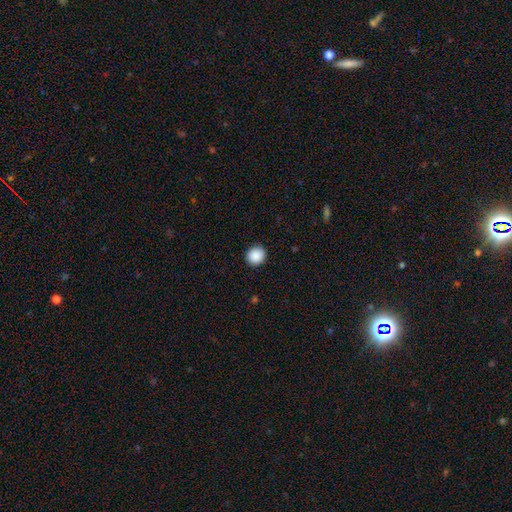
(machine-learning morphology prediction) Smooth or featured?
  - smooth: 89% *
  - star or artifact: 8%
  - featured or disk: 2%
How rounded?
  - round: 90% *
  - in between: 9%
  - cigar-shaped: 1%
Merging?
  - none: 92% *
  - minor disturbance: 5%
  - major disturbance: 2%
  - merger: 1%